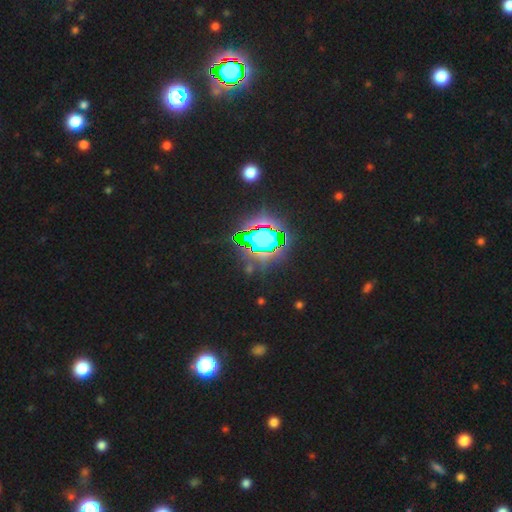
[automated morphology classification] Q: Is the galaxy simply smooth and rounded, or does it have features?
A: star or artifact — 82%.